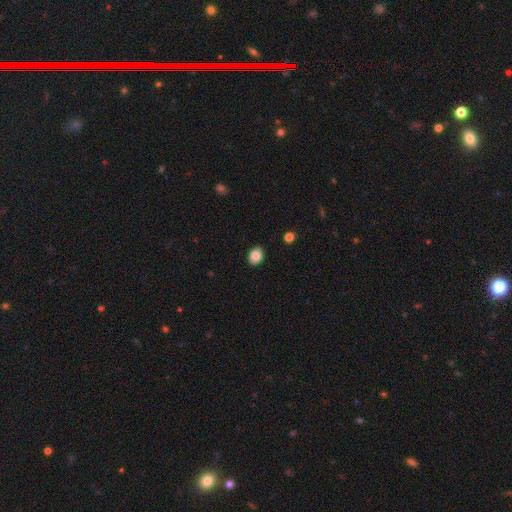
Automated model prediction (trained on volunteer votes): Overall: smooth (86%). How rounded: in between (71%). Merging: none (88%).